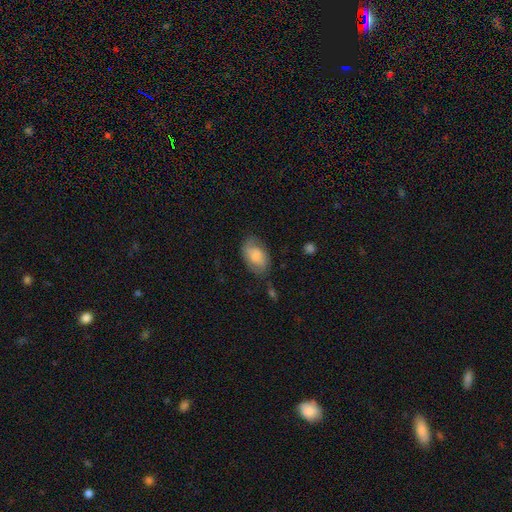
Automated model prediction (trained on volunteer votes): A smooth galaxy with no disk features (69%) that is in between round and cigar-shaped (90%). Merging: none (64%).